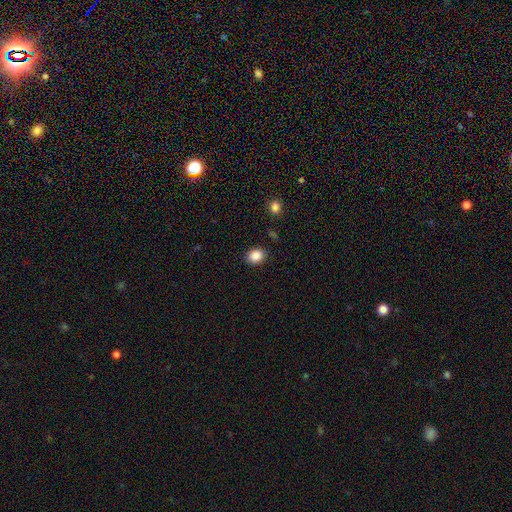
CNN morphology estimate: smooth 88%, star or artifact 9%, featured or disk 3%. Down the decision tree: how rounded — in between (54%); merging — none (87%).